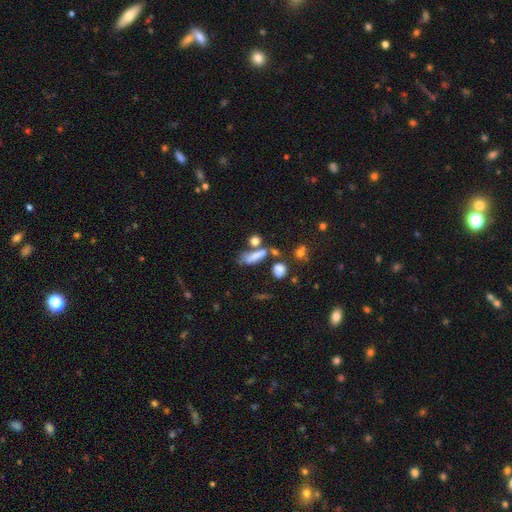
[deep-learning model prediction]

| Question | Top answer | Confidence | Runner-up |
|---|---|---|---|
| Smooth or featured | smooth | 66% | featured or disk (19%) |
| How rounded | in between | 49% | cigar-shaped (38%) |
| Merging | none | 38% | merger (28%) |